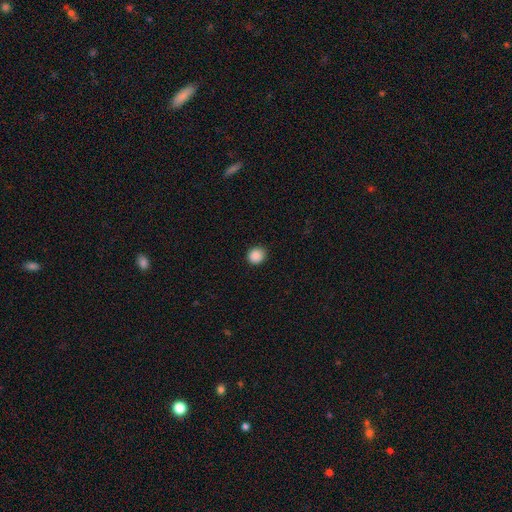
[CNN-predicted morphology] Smooth or featured: smooth — 89% (star or artifact — 9%)
How rounded: round — 84% (in between — 15%)
Merging: none — 90% (minor disturbance — 7%)